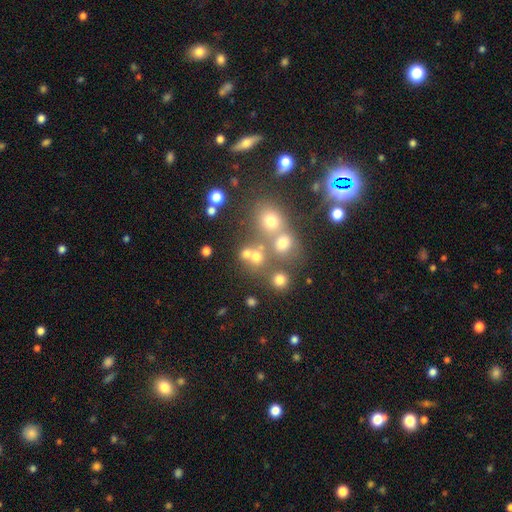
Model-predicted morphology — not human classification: A smooth galaxy with no disk features (52%) that is round (77%). Merging: none (55%).